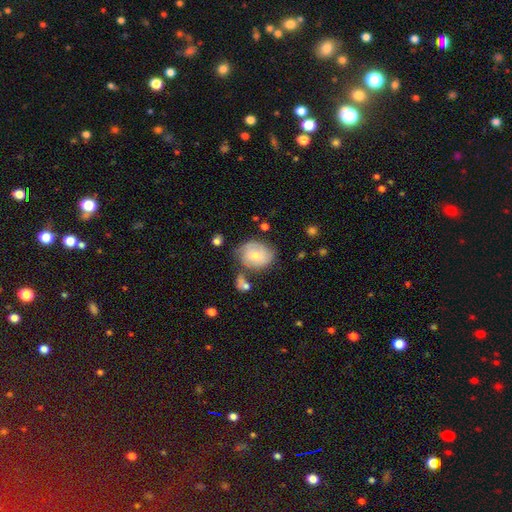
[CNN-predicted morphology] smooth 53%, featured or disk 40%, star or artifact 7%. Down the decision tree: how rounded — round (52%); merging — none (52%).